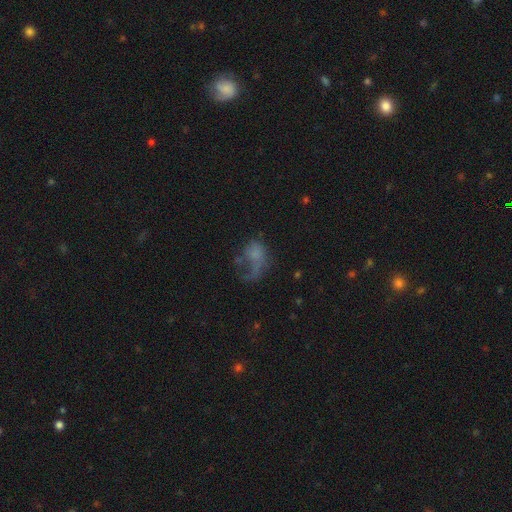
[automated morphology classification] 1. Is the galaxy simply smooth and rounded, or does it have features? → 47% smooth, 37% featured or disk, 15% star or artifact.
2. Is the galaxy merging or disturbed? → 53% major disturbance, 24% none, 15% minor disturbance, 8% merger.